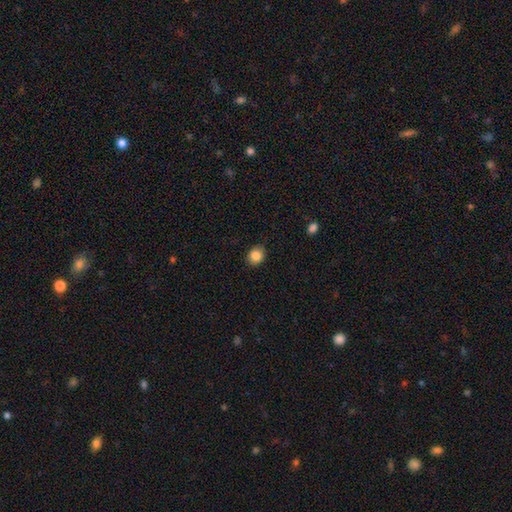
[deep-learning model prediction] Morphology: type=smooth (85%); roundness=round (55%); merging=none (85%).